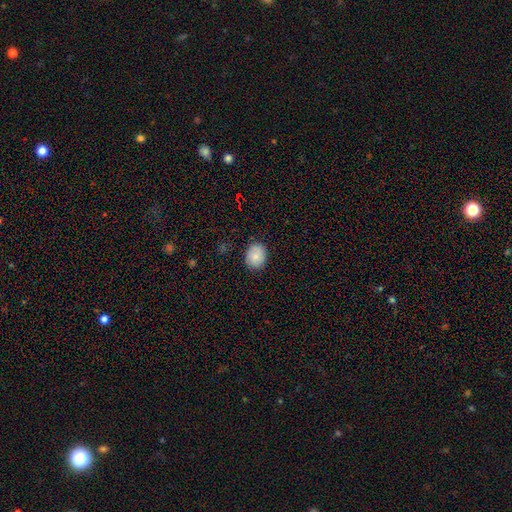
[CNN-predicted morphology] Smooth or featured: smooth — 82% (featured or disk — 11%)
How rounded: round — 50% (in between — 49%)
Merging: none — 83% (minor disturbance — 13%)